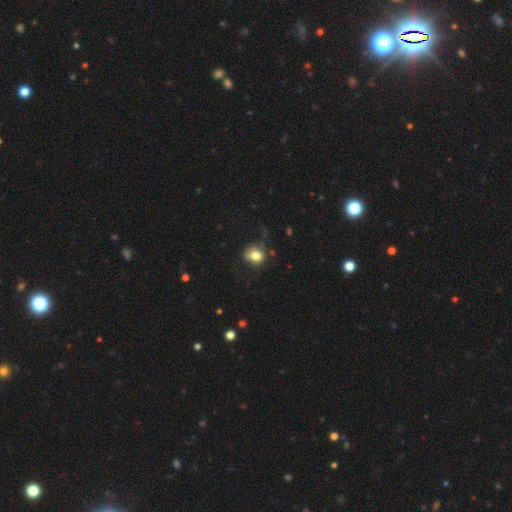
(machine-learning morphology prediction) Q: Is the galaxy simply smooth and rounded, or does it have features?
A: smooth — 76%.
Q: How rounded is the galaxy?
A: round — 60%.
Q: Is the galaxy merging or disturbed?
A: none — 61%.